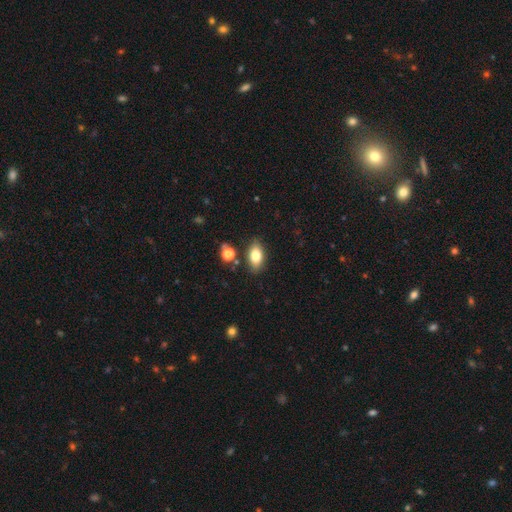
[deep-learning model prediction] Overall: smooth (80%). How rounded: in between (89%). Merging: none (81%).